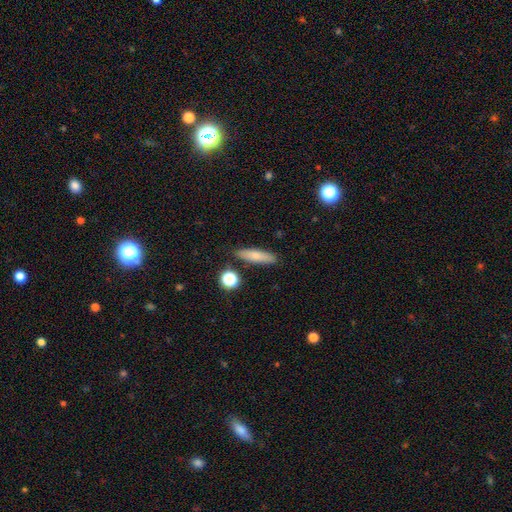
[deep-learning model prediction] Smooth or featured?
  - smooth: 74% *
  - featured or disk: 18%
  - star or artifact: 8%
How rounded?
  - cigar-shaped: 71% *
  - in between: 25%
  - round: 3%
Merging?
  - none: 84% *
  - minor disturbance: 10%
  - merger: 4%
  - major disturbance: 2%